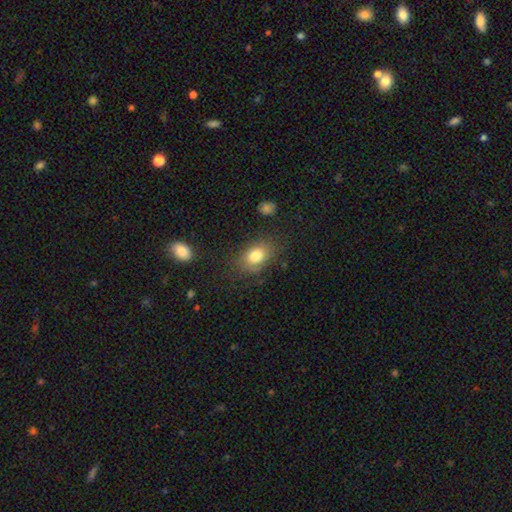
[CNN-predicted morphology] smooth_or_featured: smooth (p=0.79) [alt: featured or disk p=0.12]
how_rounded: in between (p=0.77) [alt: round p=0.22]
merging: none (p=0.75) [alt: minor disturbance p=0.17]